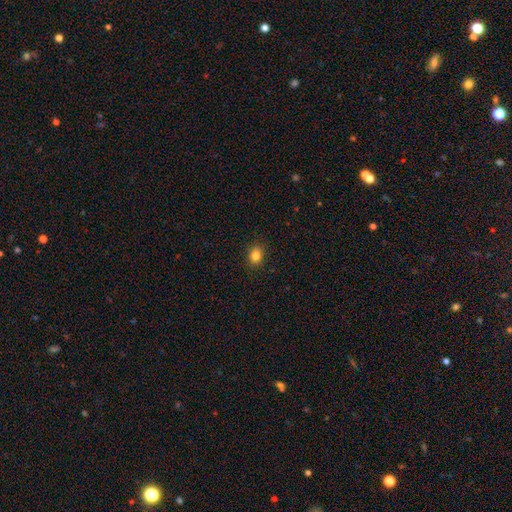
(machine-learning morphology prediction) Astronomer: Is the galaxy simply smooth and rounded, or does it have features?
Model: smooth — 84%.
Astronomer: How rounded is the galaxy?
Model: in between — 49%, tied with round at 49%.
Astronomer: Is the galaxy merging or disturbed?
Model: none — 89%.